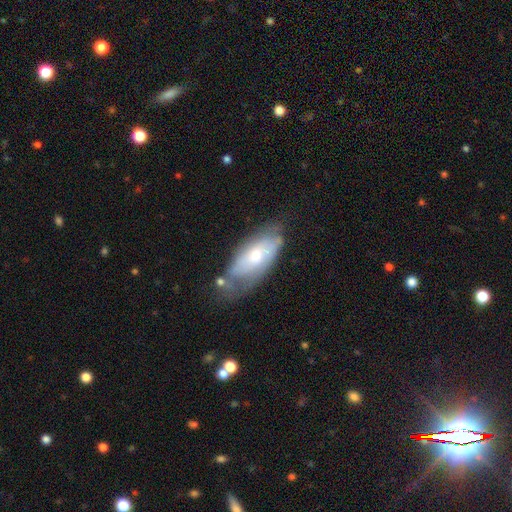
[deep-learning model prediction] smooth_or_featured: featured or disk (p=0.49) [alt: smooth p=0.44]
merging: none (p=0.48) [alt: minor disturbance p=0.31]